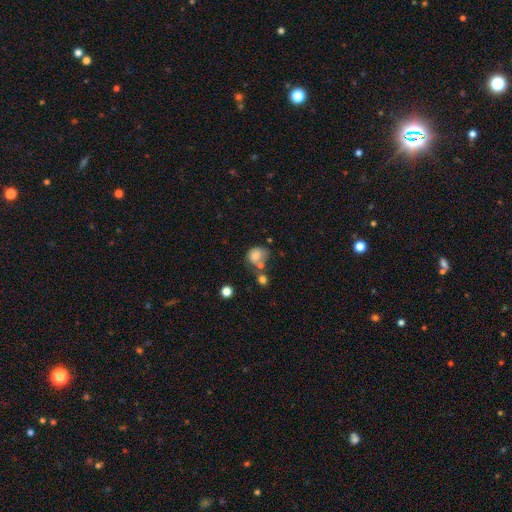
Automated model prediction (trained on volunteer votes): This is likely a smooth galaxy (76%). How rounded: likely round (63%). Merging: marginally none (37%).